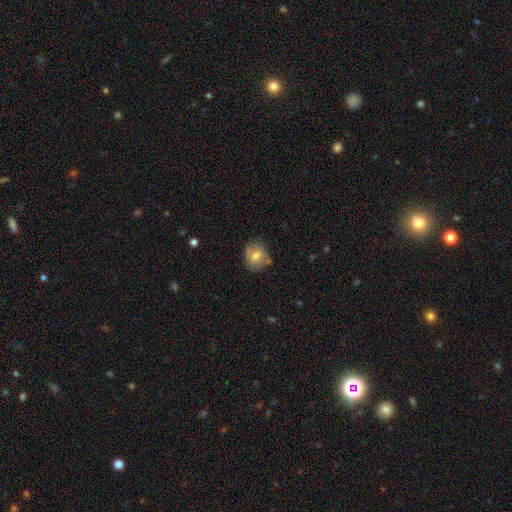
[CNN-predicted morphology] type=smooth (66%); roundness=round (69%); merging=none (72%).